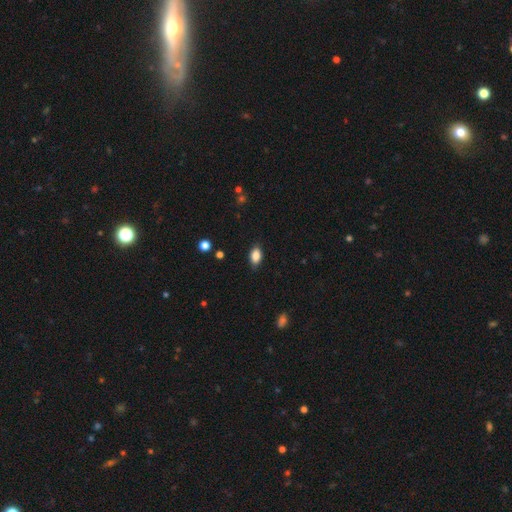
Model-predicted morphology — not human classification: The model was most divided on "merging": none: 84%, minor disturbance: 12%, major disturbance: 3%, merger: 1%. More confident: how rounded — in between (90%); smooth or featured — smooth (86%).